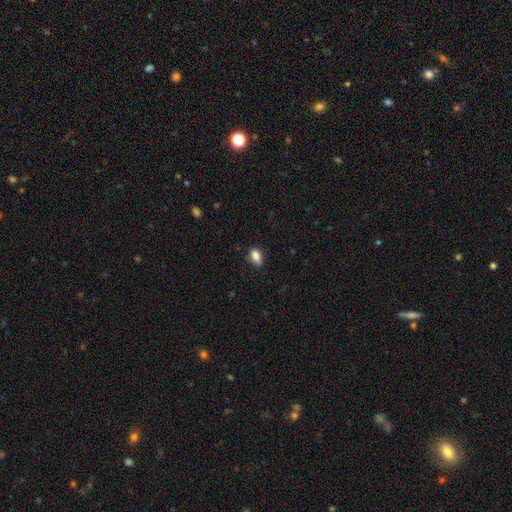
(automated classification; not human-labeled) This is clearly a smooth galaxy (85%). How rounded: clearly in between (84%). Merging: likely none (75%).